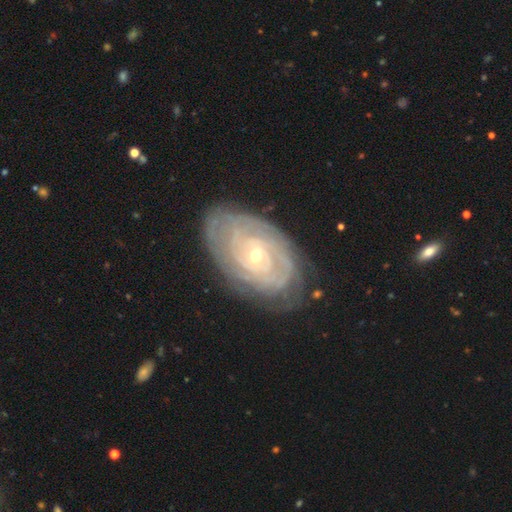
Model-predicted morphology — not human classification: Smooth or featured? Predicted: featured or disk (p=0.84). Edge-on disk? Predicted: no (p=0.94). Bar? Predicted: no (p=0.65). Spiral arms? Predicted: yes (p=0.91). Spiral winding? Predicted: tight (p=0.83). Spiral arm count? Predicted: can't tell (p=0.47). Bulge size? Predicted: small (p=0.54). Merging? Predicted: none (p=0.77).